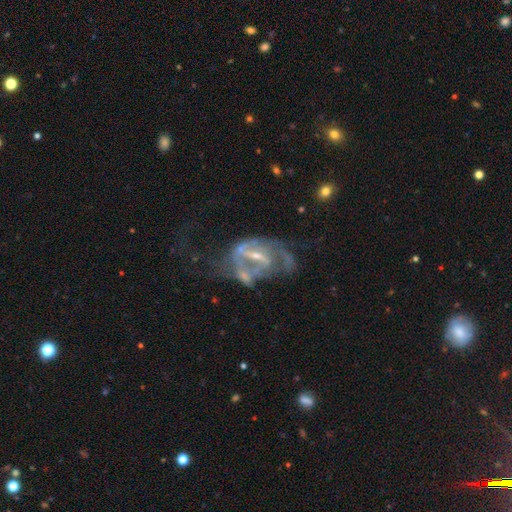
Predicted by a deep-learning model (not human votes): The model was most divided on "bar": weak: 42%, strong: 36%, no: 22%. Remaining: edge-on disk — no (96%); smooth or featured — featured or disk (82%); spiral arms — yes (75%); bulge size — small (60%); spiral arm count — 2 (52%); spiral winding — medium (43%); merging — major disturbance (38%).